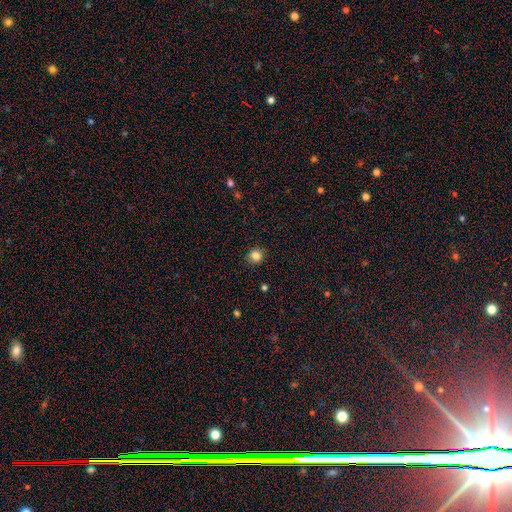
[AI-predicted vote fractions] Smooth or featured?
  - smooth: 83% *
  - star or artifact: 12%
  - featured or disk: 4%
How rounded?
  - round: 88% *
  - in between: 11%
  - cigar-shaped: 1%
Merging?
  - none: 89% *
  - minor disturbance: 7%
  - major disturbance: 2%
  - merger: 1%